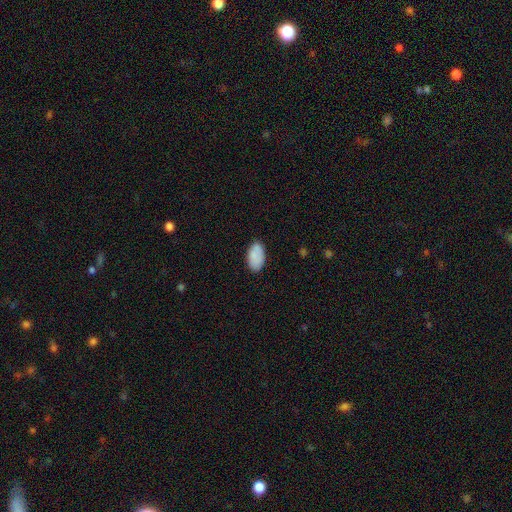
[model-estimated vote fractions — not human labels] Smooth or featured? smooth (87%)
How rounded? in between (95%)
Merging? none (83%)